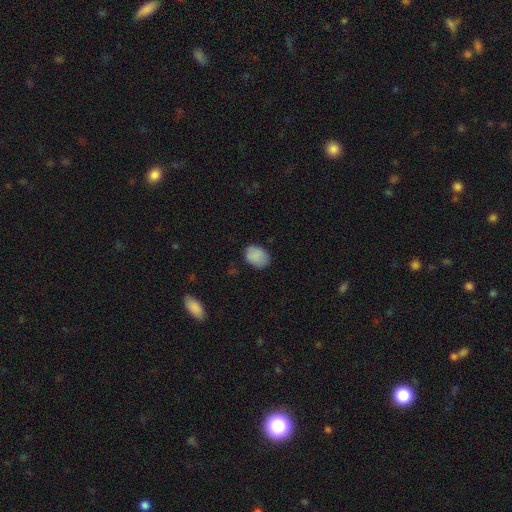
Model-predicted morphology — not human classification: Smooth or featured? Predicted: smooth (p=0.87). How rounded? Predicted: in between (p=0.76). Merging? Predicted: none (p=0.82).